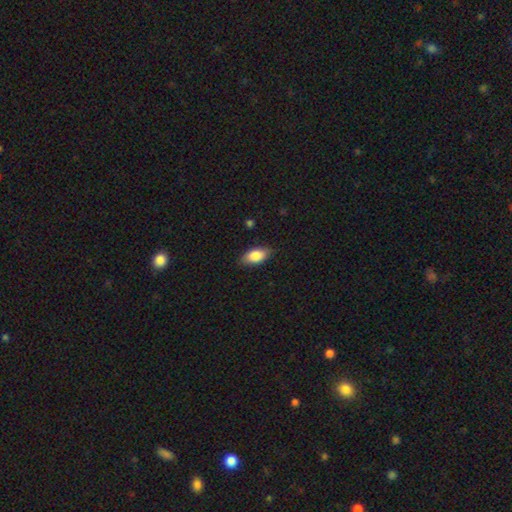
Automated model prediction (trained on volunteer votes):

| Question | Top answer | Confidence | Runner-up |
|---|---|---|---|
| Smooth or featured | smooth | 85% | featured or disk (9%) |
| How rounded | in between | 91% | cigar-shaped (5%) |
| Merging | none | 84% | minor disturbance (13%) |